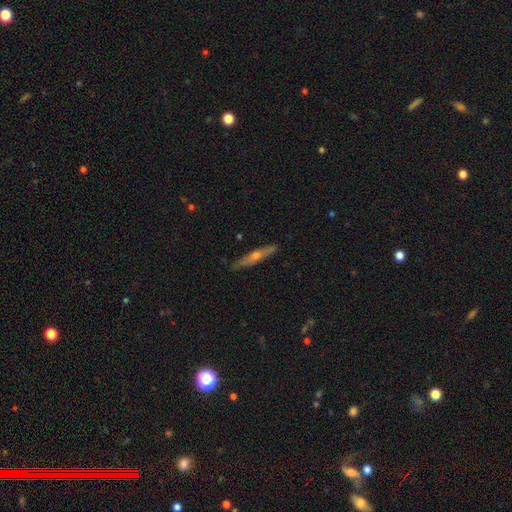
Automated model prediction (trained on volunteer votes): A featured or disk galaxy (61%) viewed edge-on (92%) with a rounded central bulge (86%).

Vote fractions:
- Smooth or featured? featured or disk: 61% / smooth: 33% / star or artifact: 6%
- Edge-on disk? yes: 92% / no: 8%
- Edge-on bulge? rounded: 86% / none: 11% / boxy: 3%
- Merging? none: 87% / minor disturbance: 10% / major disturbance: 2% / merger: 1%